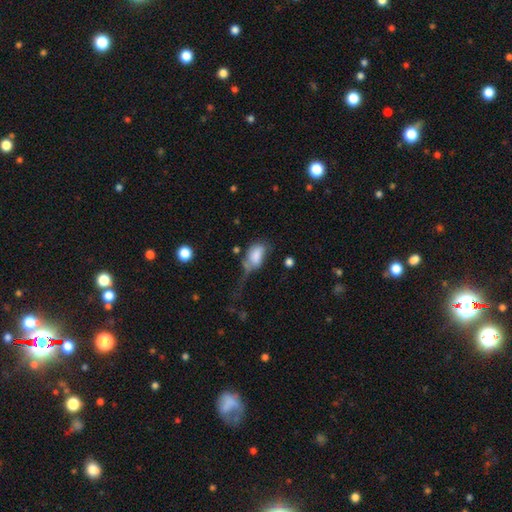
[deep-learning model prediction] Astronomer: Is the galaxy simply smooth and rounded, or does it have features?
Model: smooth — 72%.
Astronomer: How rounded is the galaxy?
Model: in between — 85%.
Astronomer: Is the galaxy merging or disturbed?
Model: major disturbance — 48%.